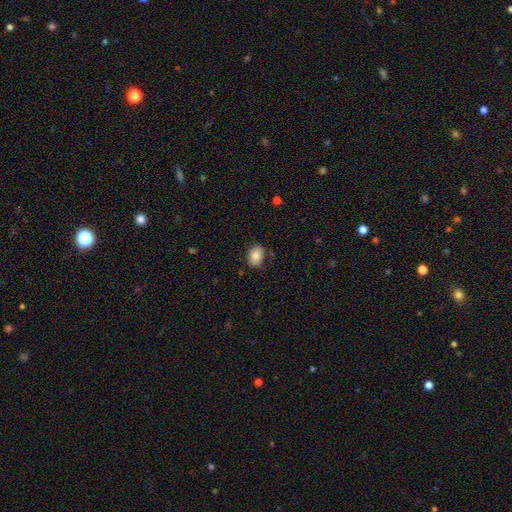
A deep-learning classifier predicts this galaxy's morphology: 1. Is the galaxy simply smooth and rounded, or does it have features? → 83% smooth, 9% featured or disk, 8% star or artifact.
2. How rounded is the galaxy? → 76% in between, 23% round, 1% cigar-shaped.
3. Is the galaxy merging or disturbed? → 82% none, 13% minor disturbance, 2% major disturbance, 2% merger.